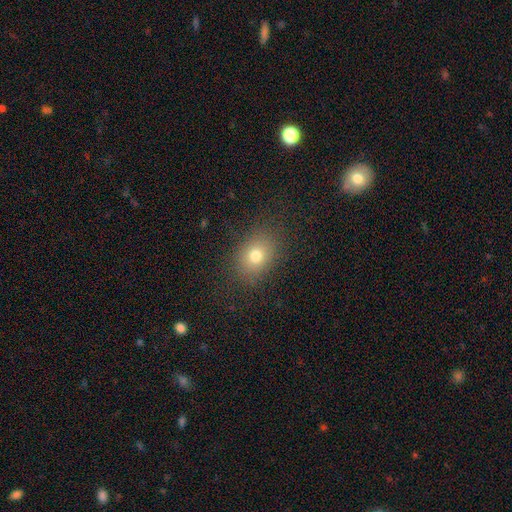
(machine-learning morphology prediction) A smooth galaxy with no disk features (76%) that is in between round and cigar-shaped (61%).

Vote fractions:
- Smooth or featured? smooth: 76% / star or artifact: 13% / featured or disk: 11%
- How rounded? in between: 61% / round: 38% / cigar-shaped: 1%
- Merging? none: 84% / minor disturbance: 11% / major disturbance: 4% / merger: 1%